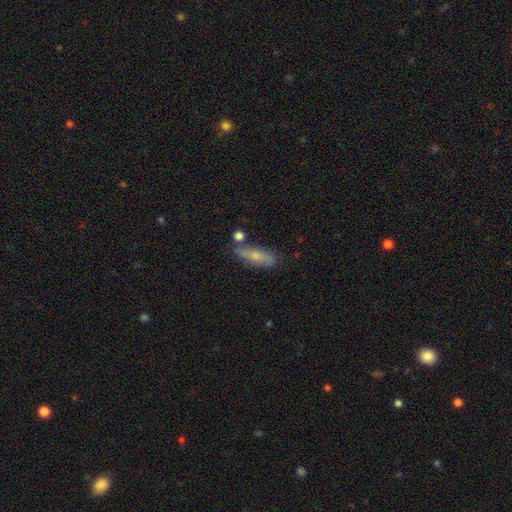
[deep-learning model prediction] A smooth galaxy with no disk features (67%) that is cigar-shaped (50%).

Vote fractions:
- Smooth or featured? smooth: 67% / featured or disk: 26% / star or artifact: 7%
- How rounded? cigar-shaped: 50% / in between: 47% / round: 3%
- Merging? none: 68% / minor disturbance: 17% / merger: 10% / major disturbance: 4%